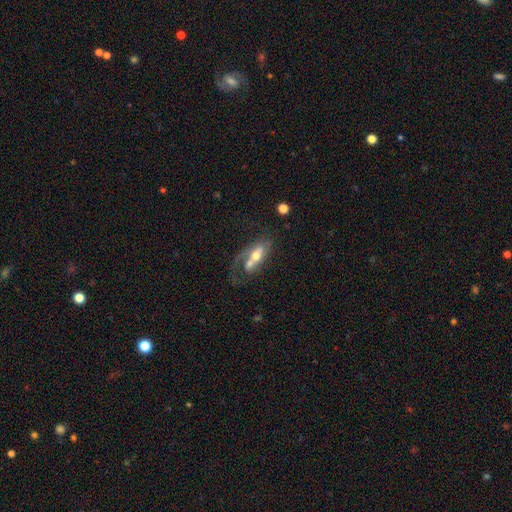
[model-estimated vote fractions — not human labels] Smooth or featured?
  - featured or disk: 54% *
  - smooth: 39%
  - star or artifact: 7%
Edge-on disk?
  - no: 77% *
  - yes: 23%
Merging?
  - merger: 47% *
  - none: 21%
  - major disturbance: 20%
  - minor disturbance: 11%